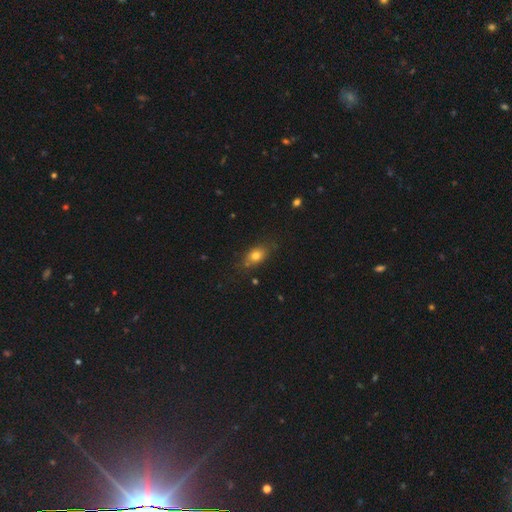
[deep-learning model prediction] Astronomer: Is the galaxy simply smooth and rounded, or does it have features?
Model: smooth — 76%.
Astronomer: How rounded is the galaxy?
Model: in between — 73%.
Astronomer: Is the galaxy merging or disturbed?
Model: none — 74%.